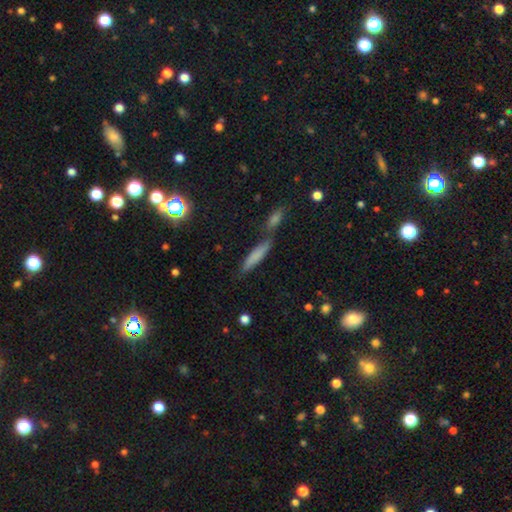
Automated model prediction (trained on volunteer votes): Smooth or featured? smooth (73%)
How rounded? cigar-shaped (80%)
Merging? none (51%)